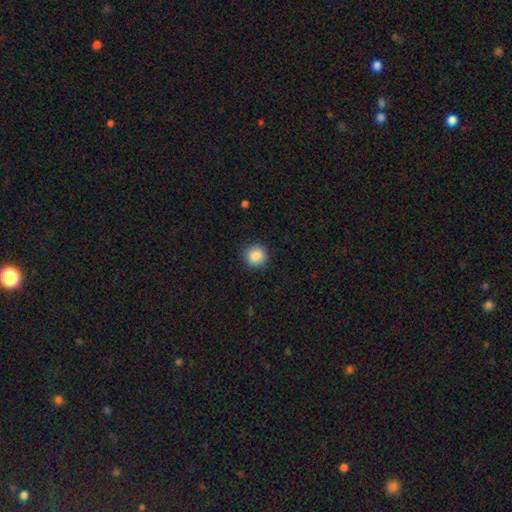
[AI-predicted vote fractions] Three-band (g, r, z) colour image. It shows a smooth galaxy with no disk features (87%) that is round (89%). Merging: none (88%).